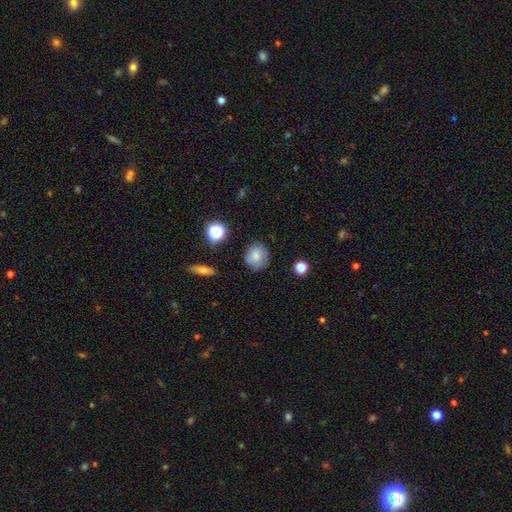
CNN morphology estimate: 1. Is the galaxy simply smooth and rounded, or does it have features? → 74% smooth, 15% featured or disk, 11% star or artifact.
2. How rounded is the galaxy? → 77% round, 22% in between, 1% cigar-shaped.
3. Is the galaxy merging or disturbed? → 74% none, 19% minor disturbance, 5% major disturbance, 2% merger.